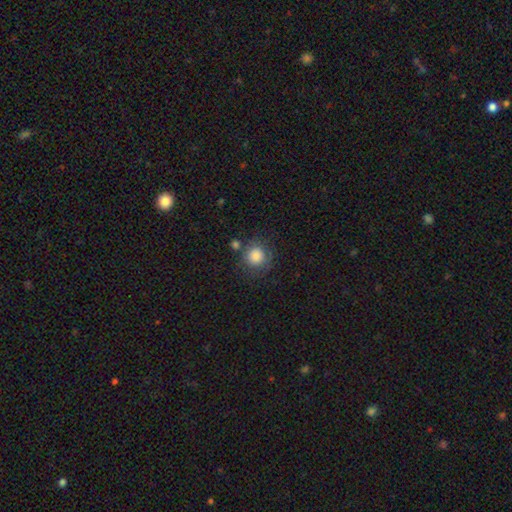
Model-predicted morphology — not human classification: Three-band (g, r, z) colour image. It shows a smooth galaxy with no disk features (84%) that is round (90%). Merging: none (72%).